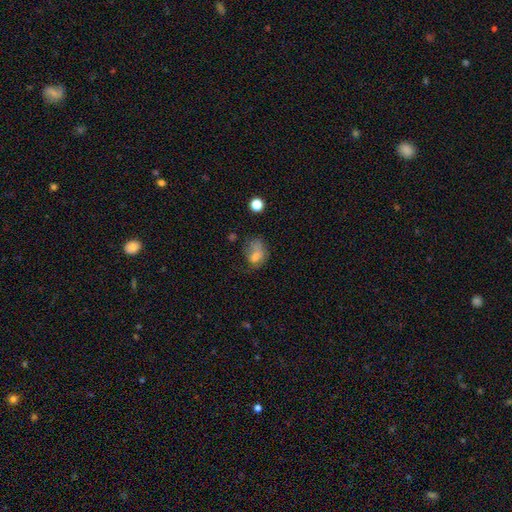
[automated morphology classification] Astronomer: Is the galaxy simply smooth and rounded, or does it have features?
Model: smooth — 61%.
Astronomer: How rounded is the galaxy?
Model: in between — 64%.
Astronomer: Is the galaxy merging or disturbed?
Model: none — 37% (runner-up: major disturbance, 28%).